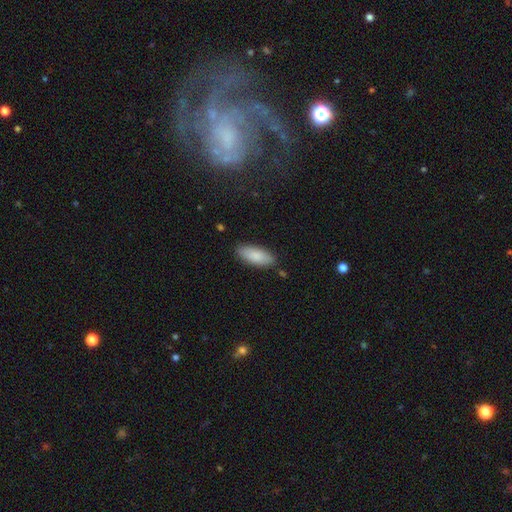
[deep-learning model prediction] Smooth or featured? smooth (86%)
How rounded? in between (77%)
Merging? none (84%)